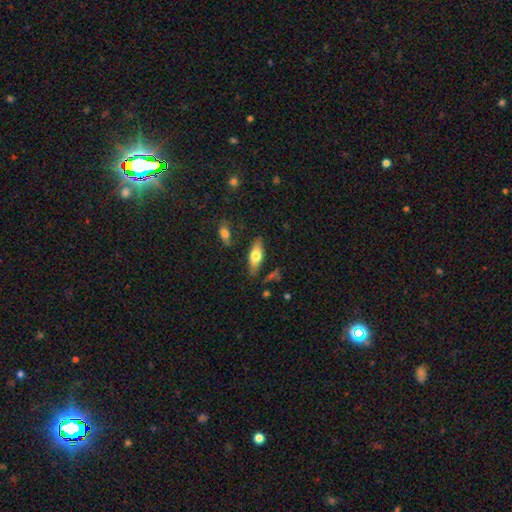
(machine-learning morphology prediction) type=smooth (62%); roundness=in between (66%); merging=none (81%).